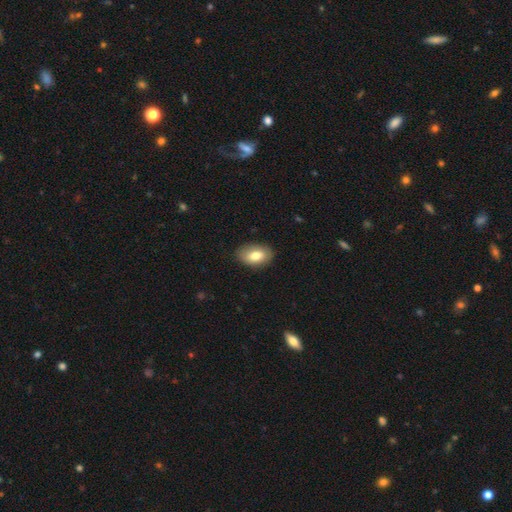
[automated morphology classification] type=smooth (78%); roundness=in between (91%); merging=none (84%).